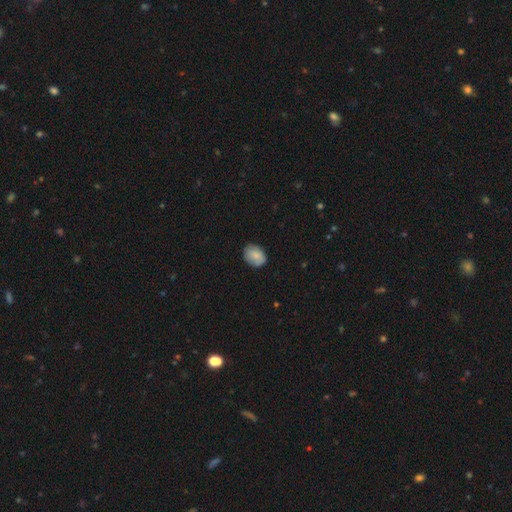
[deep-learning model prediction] smooth-or-featured: smooth: 82% | featured or disk: 11% | star or artifact: 7%
  how-rounded: in between: 69% | round: 30% | cigar-shaped: 1%
  merging: none: 79% | minor disturbance: 17% | major disturbance: 3% | merger: 1%